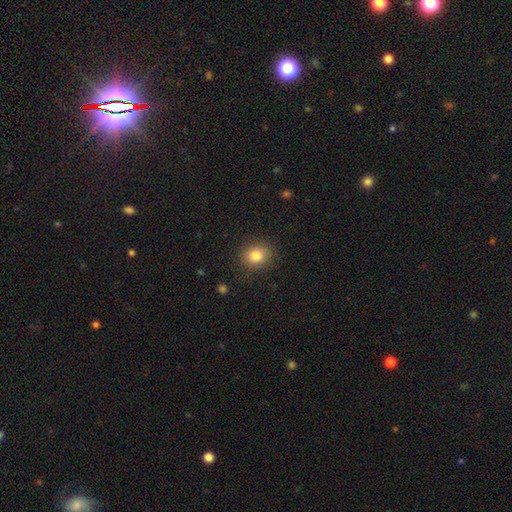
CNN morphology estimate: This is clearly a smooth galaxy (82%). How rounded: likely round (66%). Merging: clearly none (87%).